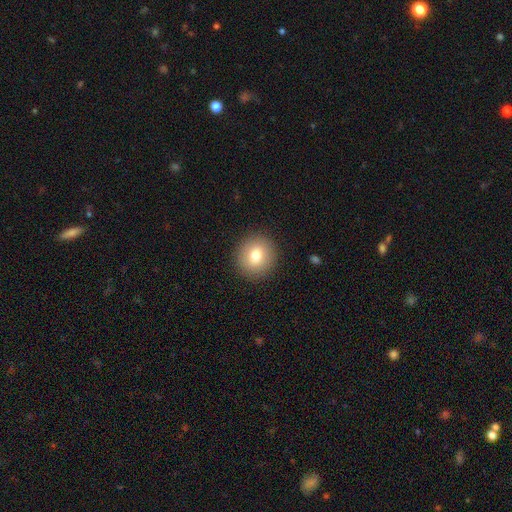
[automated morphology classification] Smooth or featured: smooth — 77% (featured or disk — 13%)
How rounded: round — 90% (in between — 9%)
Merging: none — 91% (minor disturbance — 6%)